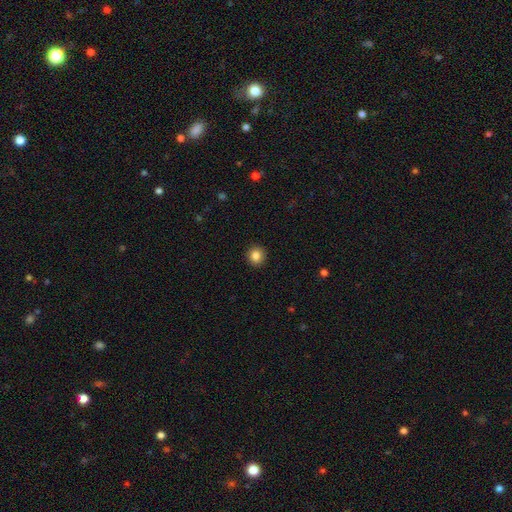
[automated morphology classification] Smooth or featured?
  - smooth: 85% *
  - star or artifact: 10%
  - featured or disk: 5%
How rounded?
  - round: 91% *
  - in between: 8%
  - cigar-shaped: 1%
Merging?
  - none: 93% *
  - minor disturbance: 5%
  - major disturbance: 2%
  - merger: 1%